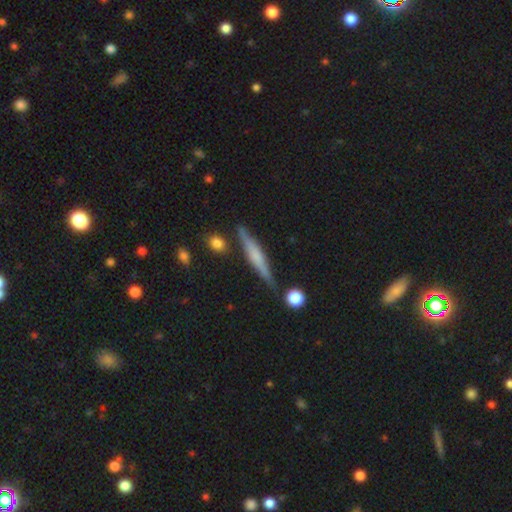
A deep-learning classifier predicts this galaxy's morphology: A featured or disk galaxy (57%) viewed edge-on (96%) with a rounded central bulge (43%).

Vote fractions:
- Smooth or featured? featured or disk: 57% / smooth: 36% / star or artifact: 7%
- Edge-on disk? yes: 96% / no: 4%
- Edge-on bulge? rounded: 43% / boxy: 29% / none: 28%
- Merging? none: 83% / minor disturbance: 11% / merger: 4% / major disturbance: 2%